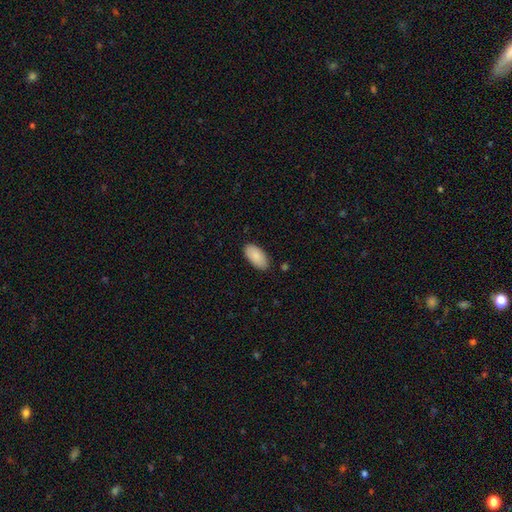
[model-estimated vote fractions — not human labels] A smooth galaxy with no disk features (87%) that is in between round and cigar-shaped (95%). Merging: none (85%).